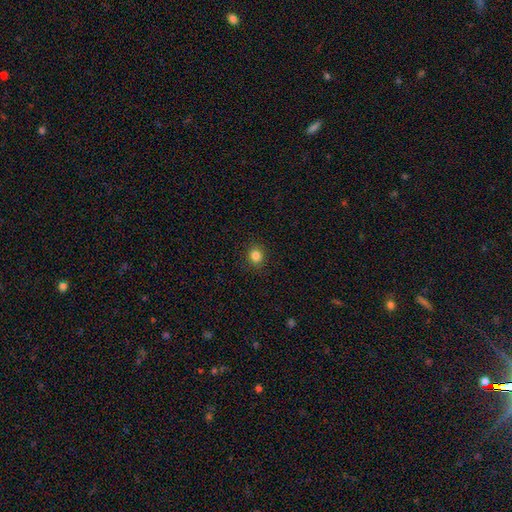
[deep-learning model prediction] A smooth galaxy with no disk features (84%) that is round (83%). Merging: none (91%).